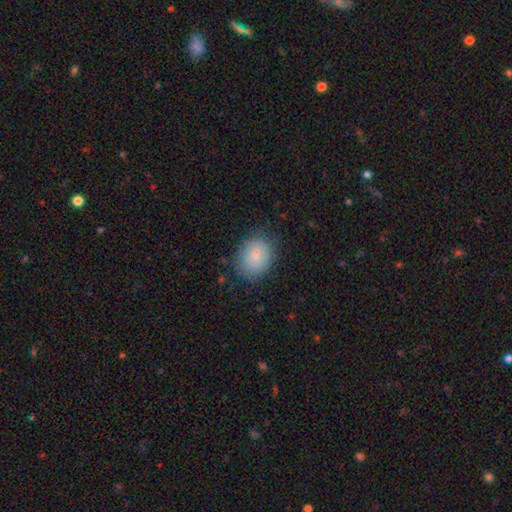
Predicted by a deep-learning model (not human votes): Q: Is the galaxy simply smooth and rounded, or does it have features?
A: smooth — 78%.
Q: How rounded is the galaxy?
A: round — 57%.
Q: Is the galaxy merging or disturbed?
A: none — 75%.